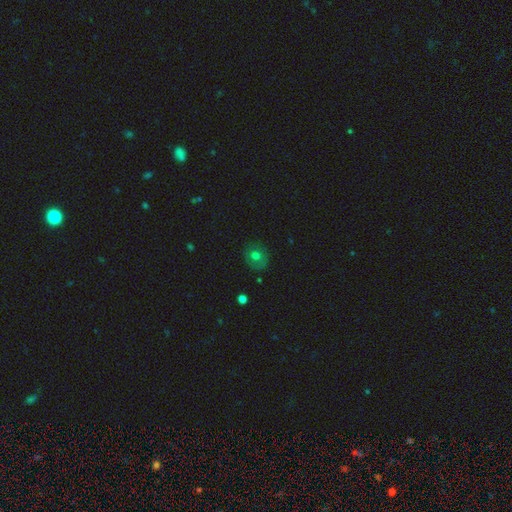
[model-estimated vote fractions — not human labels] Q: Smooth or featured?
A: smooth (62%); runner-up: featured or disk (24%)
Q: How rounded?
A: round (74%); runner-up: in between (25%)
Q: Merging?
A: none (78%); runner-up: minor disturbance (15%)